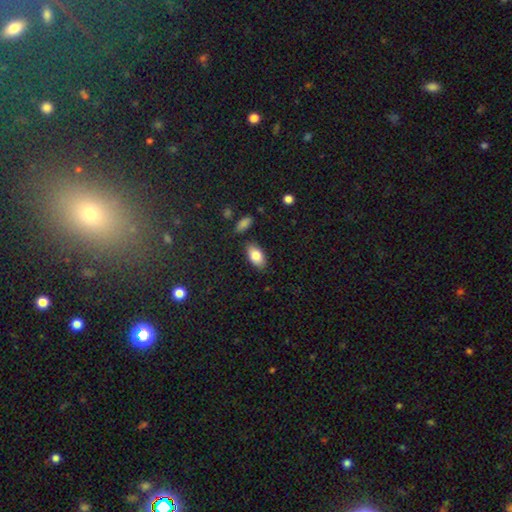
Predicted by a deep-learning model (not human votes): Smooth or featured? Predicted: smooth (p=0.82). How rounded? Predicted: in between (p=0.92). Merging? Predicted: none (p=0.83).